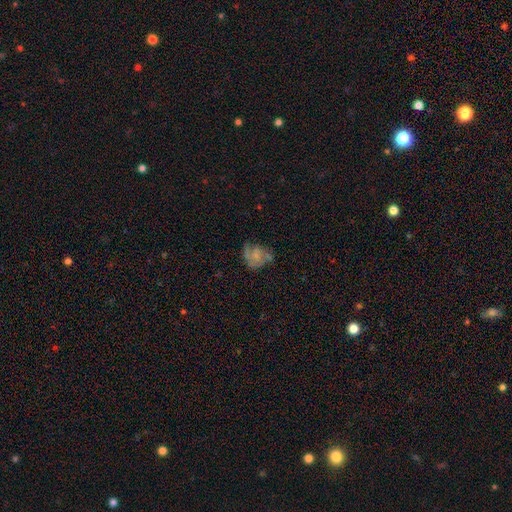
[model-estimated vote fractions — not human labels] smooth-or-featured: featured or disk: 54% | smooth: 35% | star or artifact: 11%
  disk-edge-on: no: 98% | yes: 2%
    bar: no: 78% | weak: 19% | strong: 3%
    has-spiral-arms: yes: 66% | no: 34%
    bulge-size: none: 43% | small: 35% | moderate: 17% | large: 3% | dominant: 1%
  merging: none: 48% | minor disturbance: 26% | major disturbance: 22% | merger: 4%